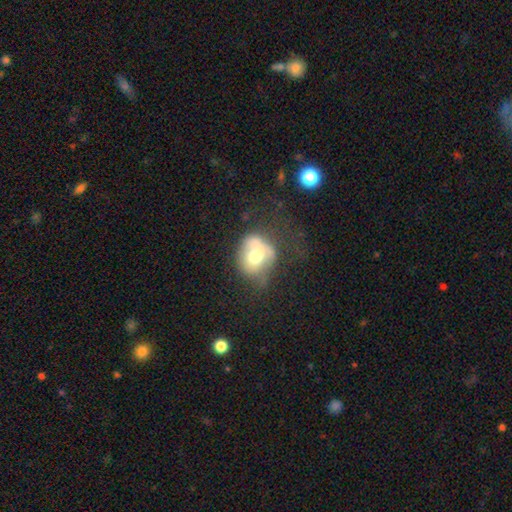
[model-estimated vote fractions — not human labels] The model was most divided on "merging" (2-way tie): major disturbance: 31%, none: 31%, minor disturbance: 28%, merger: 9%. More confident: how rounded — round (58%); smooth or featured — smooth (57%).